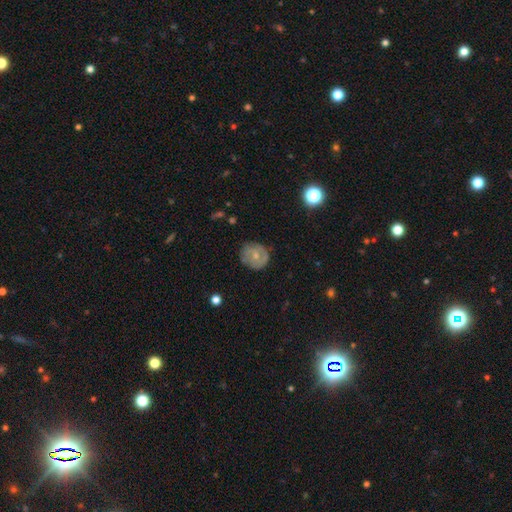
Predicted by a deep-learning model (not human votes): The model was most divided on "smooth or featured": smooth: 49%, featured or disk: 43%, star or artifact: 7%. More confident: merging — none (73%).